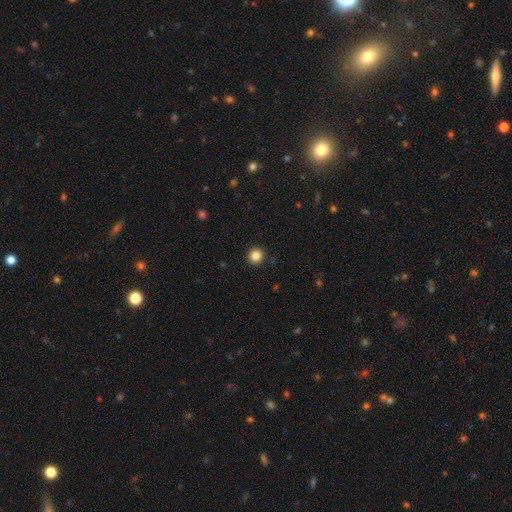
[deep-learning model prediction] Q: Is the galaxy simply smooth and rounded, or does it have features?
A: smooth — 85%.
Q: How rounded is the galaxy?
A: round — 95%.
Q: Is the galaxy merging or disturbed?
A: none — 93%.